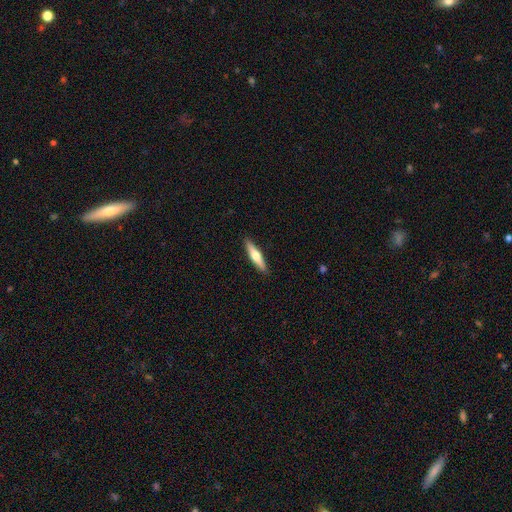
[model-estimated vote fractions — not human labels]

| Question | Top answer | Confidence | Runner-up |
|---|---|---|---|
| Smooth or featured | smooth | 52% | featured or disk (43%) |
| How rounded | cigar-shaped | 81% | in between (17%) |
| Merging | none | 90% | minor disturbance (7%) |